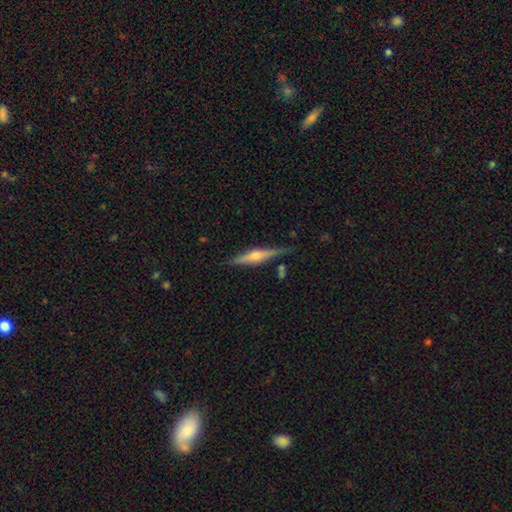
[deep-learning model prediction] Smooth or featured? featured or disk (74%)
Edge-on disk? yes (97%)
Edge-on bulge? rounded (85%)
Merging? none (83%)